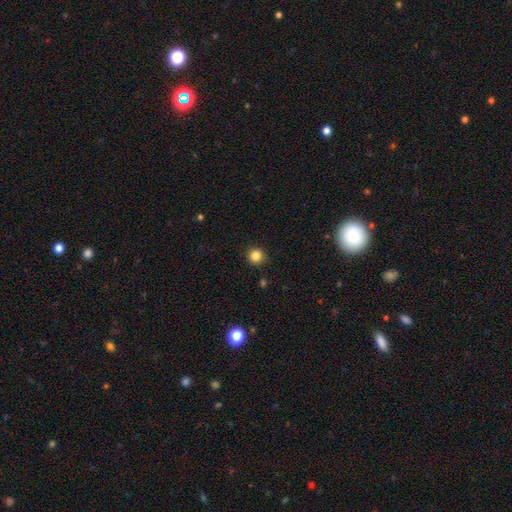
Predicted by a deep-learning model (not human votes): Smooth or featured? Predicted: smooth (p=0.83). How rounded? Predicted: round (p=0.94). Merging? Predicted: none (p=0.91).